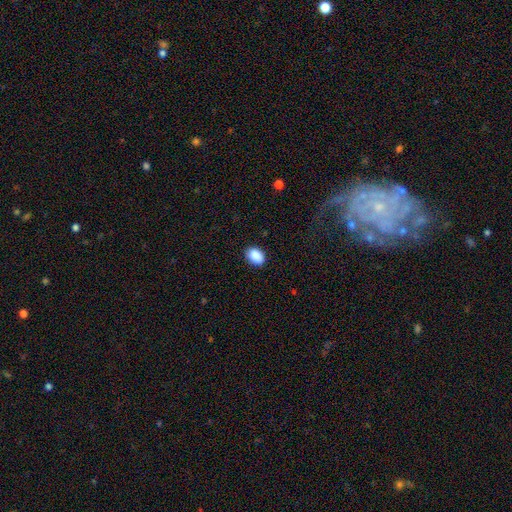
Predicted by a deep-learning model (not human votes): Smooth or featured? Predicted: smooth (p=0.90). How rounded? Predicted: in between (p=0.82). Merging? Predicted: none (p=0.87).